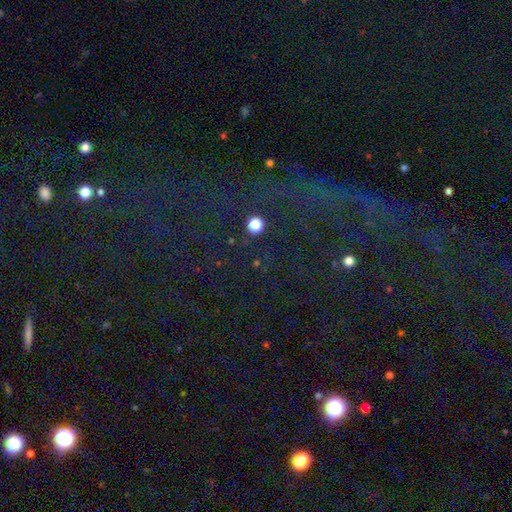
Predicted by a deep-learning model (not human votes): star or artifact 74%, smooth 15%, featured or disk 11%.